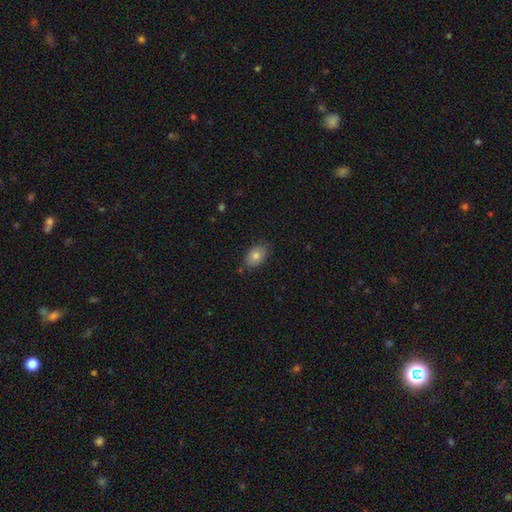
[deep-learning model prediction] Smooth or featured: smooth — 79% (featured or disk — 12%)
How rounded: in between — 86% (round — 13%)
Merging: none — 81% (minor disturbance — 14%)